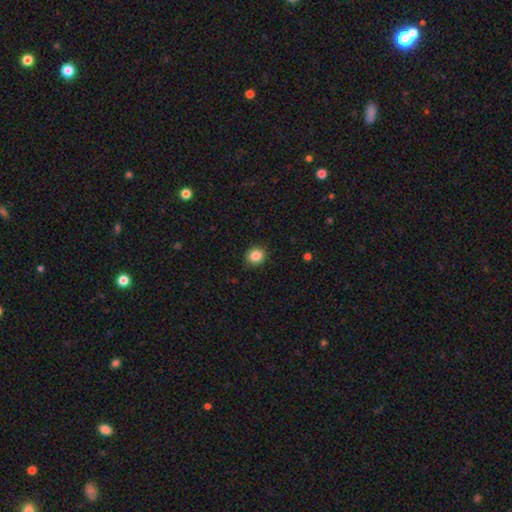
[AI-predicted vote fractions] A smooth galaxy with no disk features (86%) that is round (82%). Merging: none (89%).